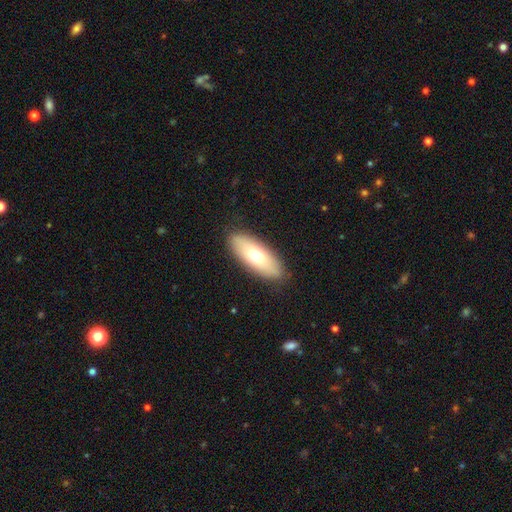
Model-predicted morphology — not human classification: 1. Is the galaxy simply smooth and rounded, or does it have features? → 70% smooth, 25% featured or disk, 6% star or artifact.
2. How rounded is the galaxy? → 75% in between, 22% cigar-shaped, 2% round.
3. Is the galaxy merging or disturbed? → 88% none, 9% minor disturbance, 2% major disturbance, 1% merger.